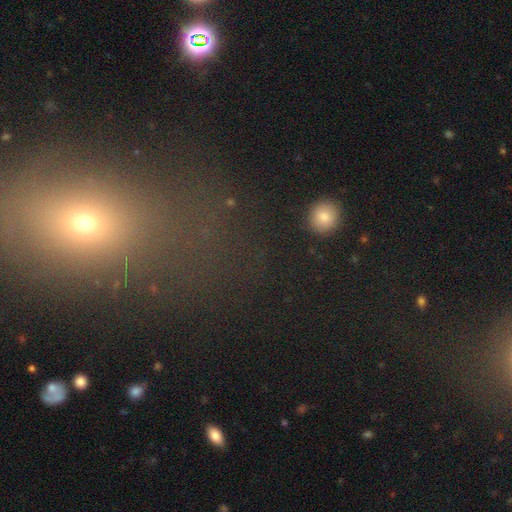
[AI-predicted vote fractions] smooth-or-featured: smooth: 45% | star or artifact: 41% | featured or disk: 14%
  merging: none: 70% | minor disturbance: 12% | major disturbance: 11% | merger: 6%